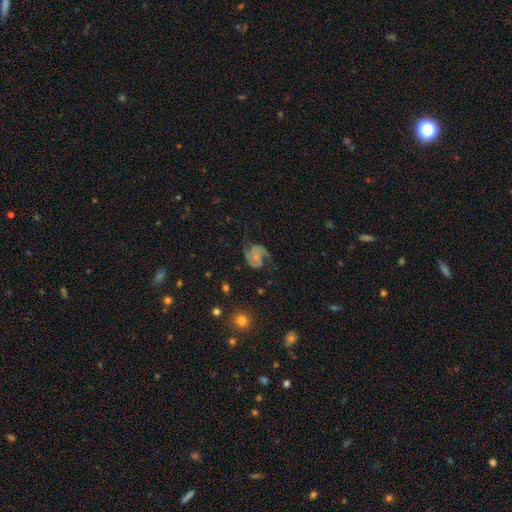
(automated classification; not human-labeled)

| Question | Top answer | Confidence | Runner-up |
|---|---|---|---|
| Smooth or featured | featured or disk | 72% | smooth (19%) |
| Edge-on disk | no | 98% | yes (2%) |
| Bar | no | 72% | weak (23%) |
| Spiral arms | yes | 92% | no (8%) |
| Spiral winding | medium | 46% | loose (36%) |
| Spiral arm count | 2 | 80% | can't tell (6%) |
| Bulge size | small | 43% | none (33%) |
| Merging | none | 52% | major disturbance (24%) |